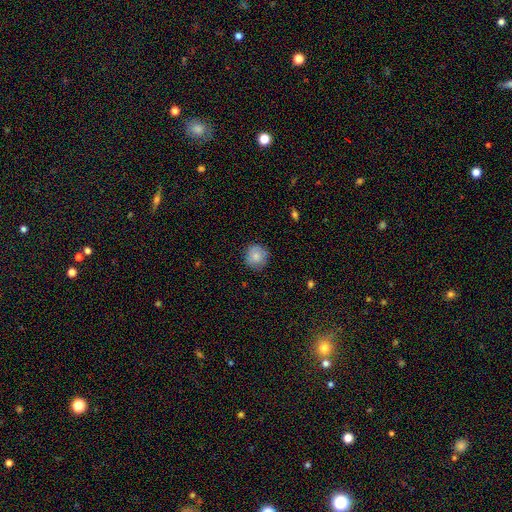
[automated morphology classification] Smooth or featured?
  - smooth: 81% *
  - featured or disk: 12%
  - star or artifact: 8%
How rounded?
  - round: 92% *
  - in between: 7%
  - cigar-shaped: 1%
Merging?
  - none: 83% *
  - minor disturbance: 13%
  - major disturbance: 3%
  - merger: 1%